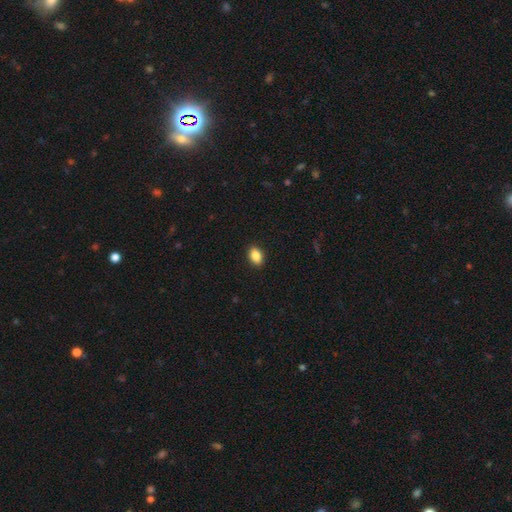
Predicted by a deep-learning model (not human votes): Morphology: type=smooth (87%); roundness=in between (85%); merging=none (90%).